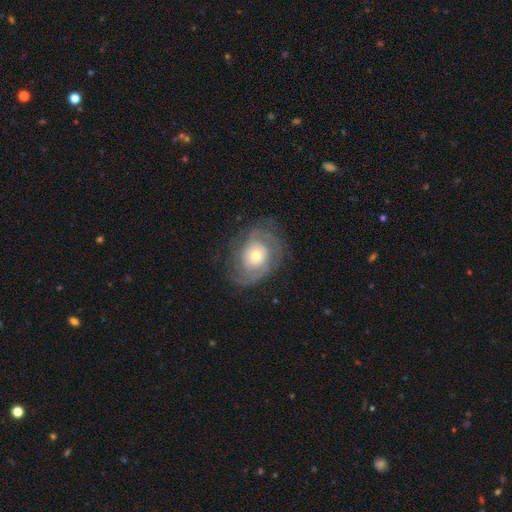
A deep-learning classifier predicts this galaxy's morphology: type=featured or disk (77%); edge-on=no (97%); bar=no (79%); spiral arms=yes (90%); winding=tight (59%); arm count=2 (39%); bulge=moderate (59%); merging=none (72%).